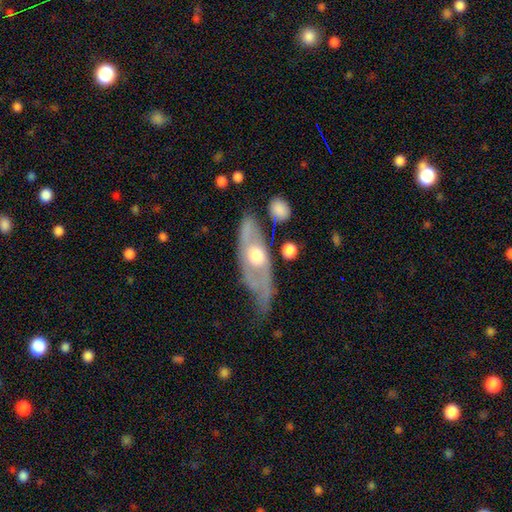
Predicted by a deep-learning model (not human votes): featured or disk 66%, smooth 29%, star or artifact 5%. Down the decision tree: edge-on disk — no (64%); merging — none (45%).